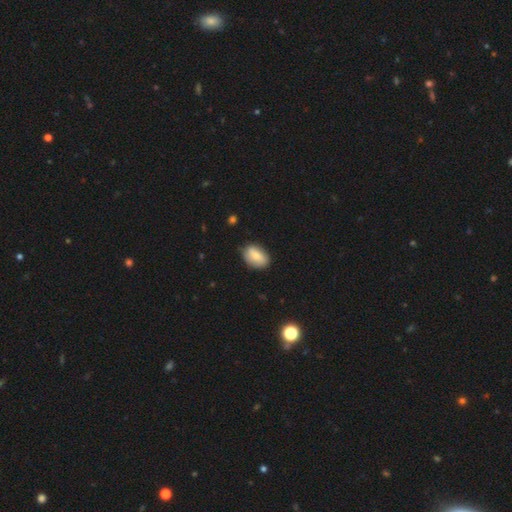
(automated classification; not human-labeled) Morphology: type=smooth (76%); roundness=in between (86%); merging=none (78%).